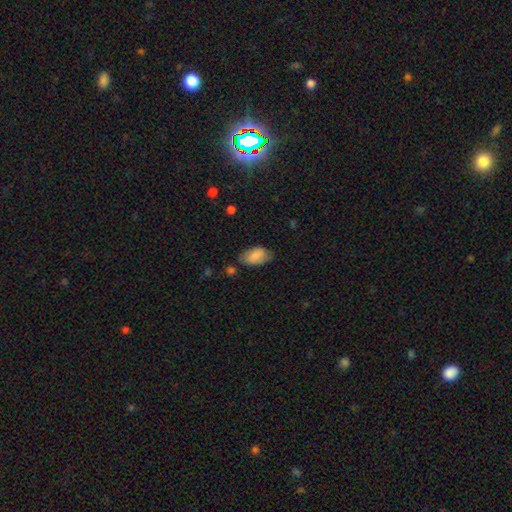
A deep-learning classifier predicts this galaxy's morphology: Smooth or featured? smooth (83%)
How rounded? in between (94%)
Merging? none (69%)